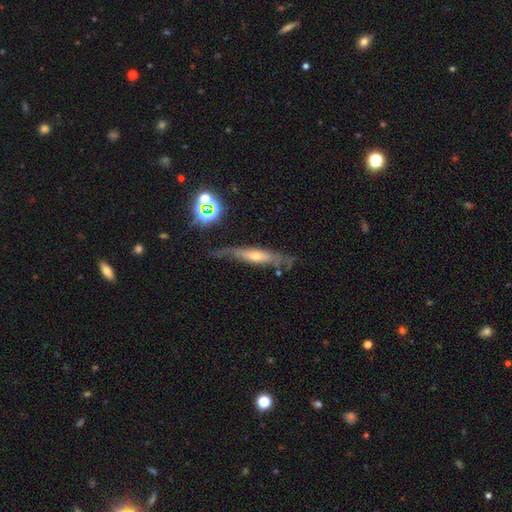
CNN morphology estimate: A featured or disk galaxy (56%) viewed edge-on (73%). Merging: none (58%).